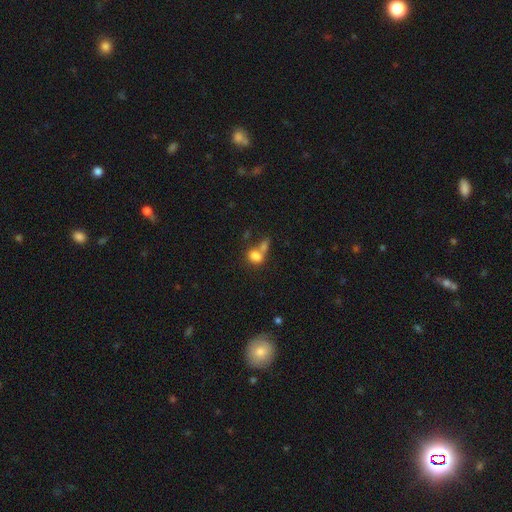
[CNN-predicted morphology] Overall: smooth (78%). How rounded: in between (71%). Merging: merger (54%; none 27%).